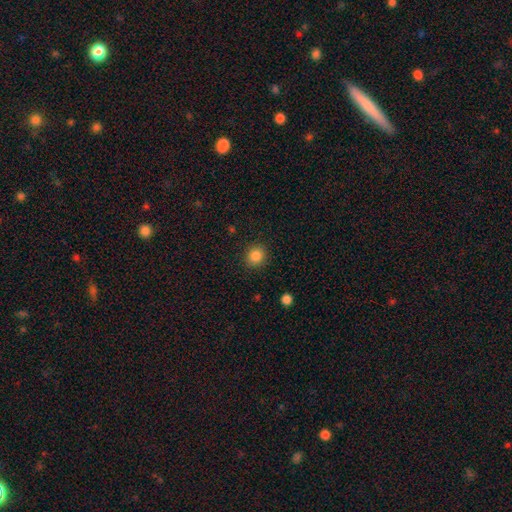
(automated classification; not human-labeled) A smooth galaxy with no disk features (86%) that is round (82%). Merging: none (90%).